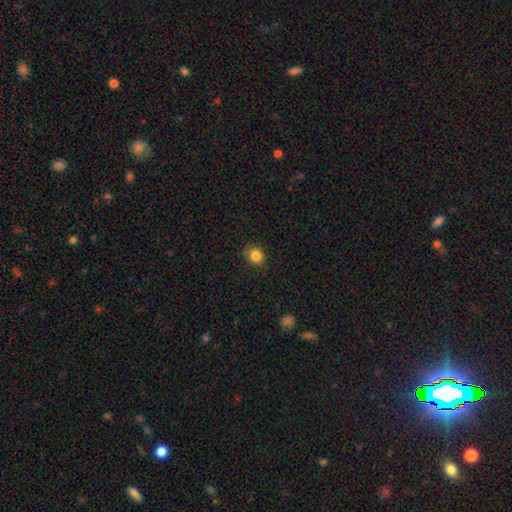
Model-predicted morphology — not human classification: Smooth or featured? smooth (84%)
How rounded? round (75%)
Merging? none (81%)